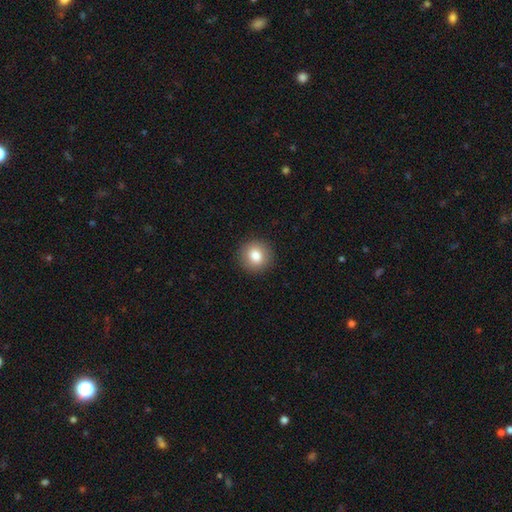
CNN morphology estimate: A smooth galaxy with no disk features (83%) that is round (91%). Merging: none (92%).